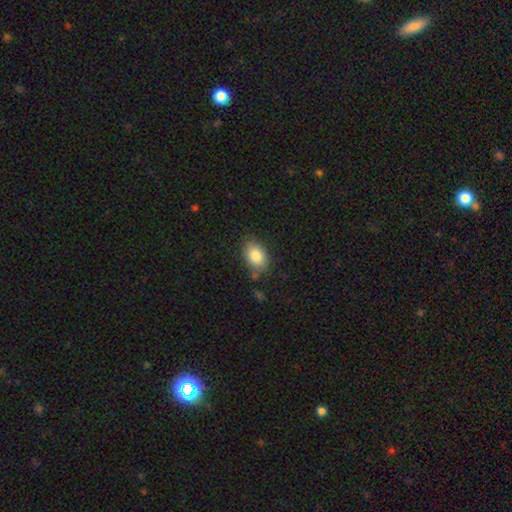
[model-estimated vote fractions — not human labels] This appears to be a smooth galaxy with no disk features (84%) that is in between round and cigar-shaped (83%). Merging: none (76%).